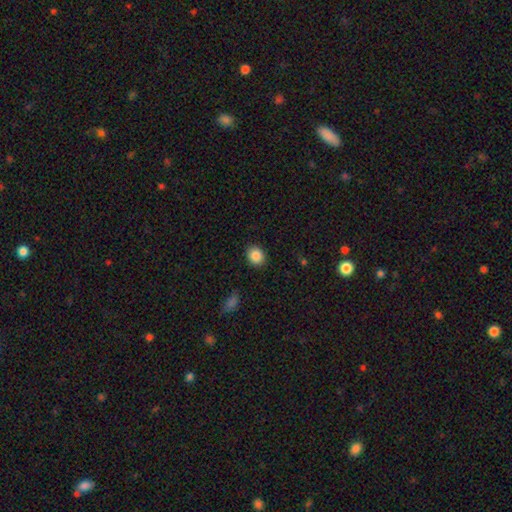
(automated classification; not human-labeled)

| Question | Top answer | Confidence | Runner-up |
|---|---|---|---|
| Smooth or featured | smooth | 87% | star or artifact (9%) |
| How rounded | round | 66% | in between (33%) |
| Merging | none | 90% | minor disturbance (7%) |